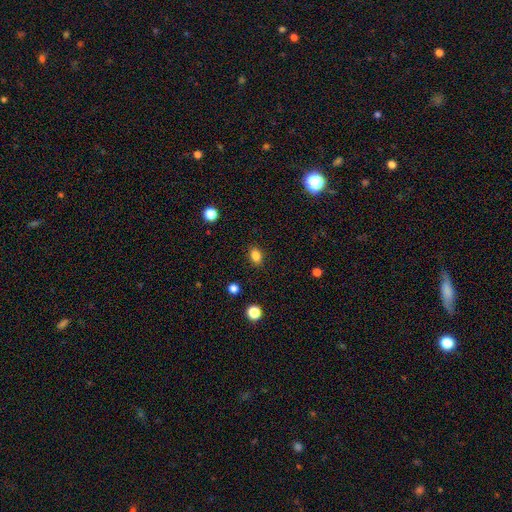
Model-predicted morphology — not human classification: This is clearly a smooth galaxy (85%). How rounded: likely in between (69%). Merging: clearly none (88%).